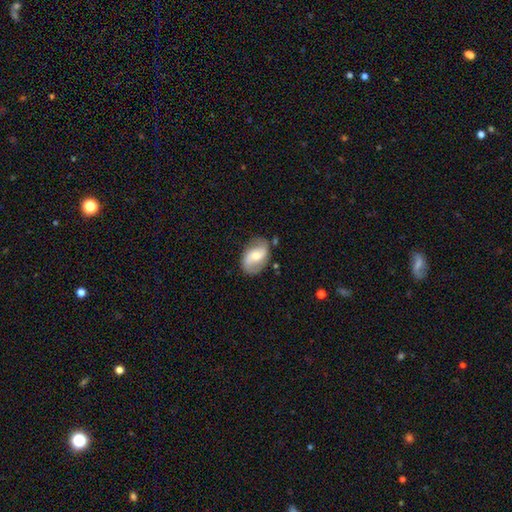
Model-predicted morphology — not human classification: Smooth or featured: featured or disk — 67% (smooth — 27%)
Edge-on disk: no — 96% (yes — 4%)
Bar: no — 42% (weak — 40%)
Spiral arms: yes — 88% (no — 12%)
Spiral winding: loose — 44% (medium — 39%)
Spiral arm count: 2 — 86% (can't tell — 6%)
Bulge size: moderate — 57% (small — 35%)
Merging: none — 73% (minor disturbance — 18%)